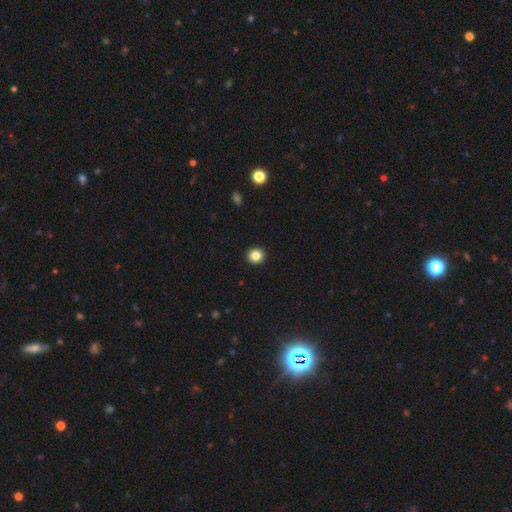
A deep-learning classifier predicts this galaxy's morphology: Smooth or featured? Predicted: smooth (p=0.85). How rounded? Predicted: round (p=0.91). Merging? Predicted: none (p=0.93).